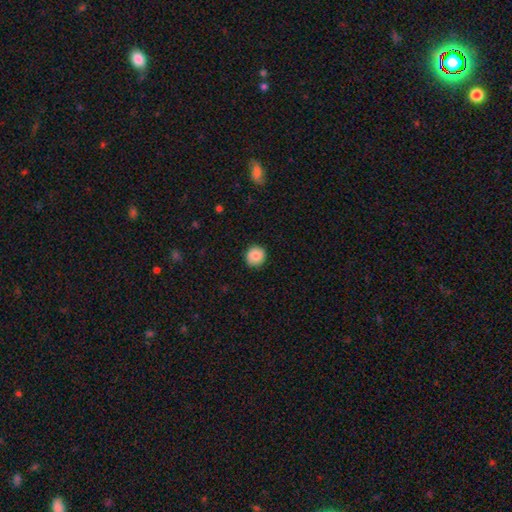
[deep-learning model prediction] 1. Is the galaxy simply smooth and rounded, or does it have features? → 81% smooth, 11% featured or disk, 8% star or artifact.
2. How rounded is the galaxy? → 89% round, 10% in between, 1% cigar-shaped.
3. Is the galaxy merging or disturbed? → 87% none, 10% minor disturbance, 2% major disturbance, 1% merger.